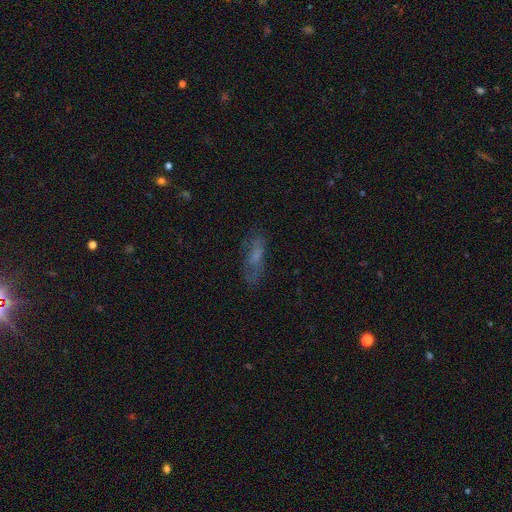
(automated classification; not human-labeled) This is possibly a smooth galaxy (54%). How rounded: possibly in between (52%). Merging: likely none (67%).